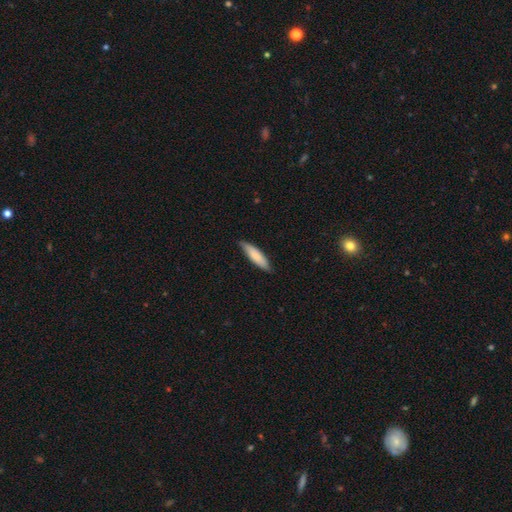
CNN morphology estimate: Smooth or featured?
  - smooth: 82% *
  - featured or disk: 13%
  - star or artifact: 5%
How rounded?
  - cigar-shaped: 65% *
  - in between: 34%
  - round: 1%
Merging?
  - none: 81% *
  - minor disturbance: 15%
  - major disturbance: 2%
  - merger: 1%